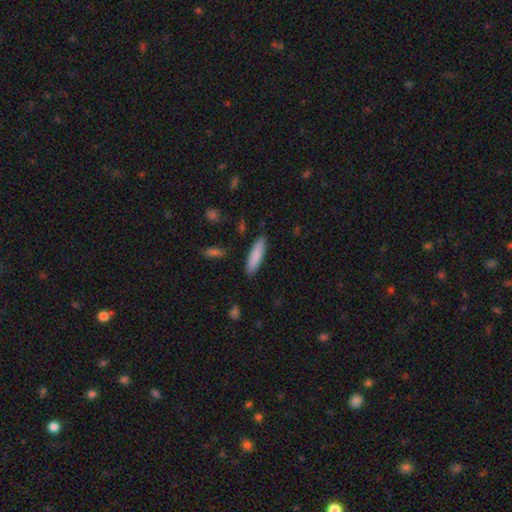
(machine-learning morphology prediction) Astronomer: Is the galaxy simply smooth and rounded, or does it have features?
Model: smooth — 86%.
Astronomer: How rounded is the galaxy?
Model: cigar-shaped — 70%.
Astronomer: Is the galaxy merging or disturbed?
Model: none — 88%.